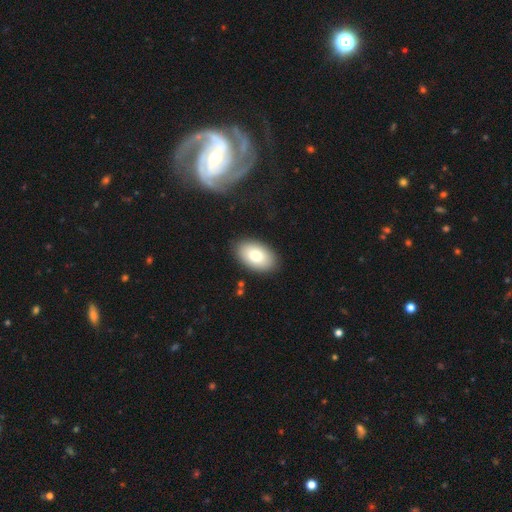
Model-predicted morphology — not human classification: type=smooth (79%); roundness=in between (93%); merging=none (88%).